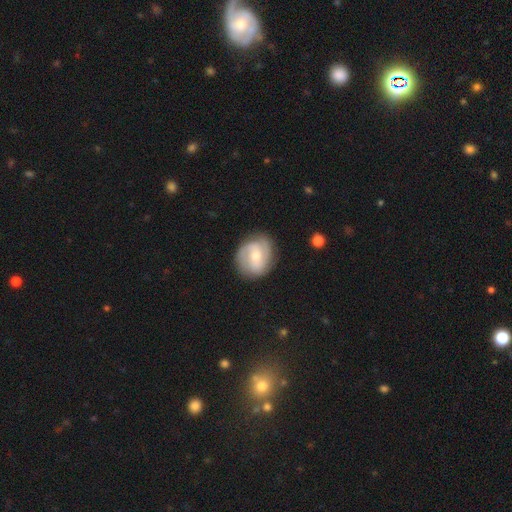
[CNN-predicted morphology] smooth_or_featured: featured or disk (p=0.71) [alt: smooth p=0.23]
disk_edge_on: no (p=0.98) [alt: yes p=0.02]
bar: no (p=0.48) [alt: weak p=0.41]
has_spiral_arms: yes (p=0.92) [alt: no p=0.08]
spiral_winding: medium (p=0.45) [alt: tight p=0.36]
spiral_arm_count: 2 (p=0.61) [alt: 3 p=0.18]
bulge_size: moderate (p=0.52) [alt: small p=0.43]
merging: none (p=0.80) [alt: minor disturbance p=0.14]